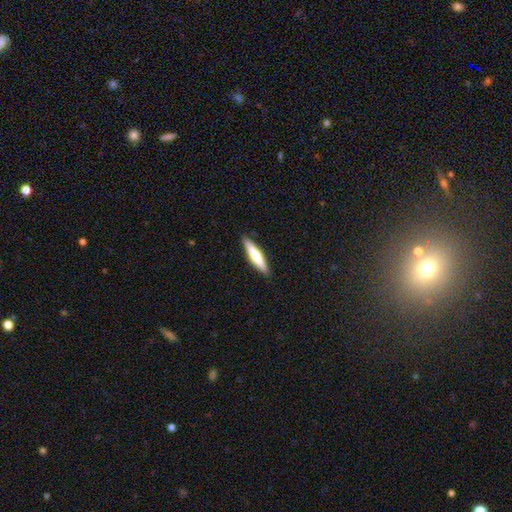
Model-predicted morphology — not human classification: This is likely a smooth galaxy (63%). How rounded: clearly cigar-shaped (85%). Merging: clearly none (89%).